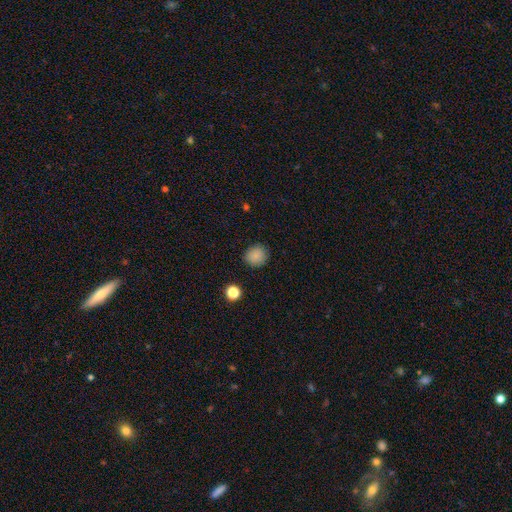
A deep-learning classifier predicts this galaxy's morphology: smooth_or_featured: smooth (p=0.86) [alt: star or artifact p=0.10]
how_rounded: round (p=0.85) [alt: in between p=0.14]
merging: none (p=0.87) [alt: minor disturbance p=0.09]